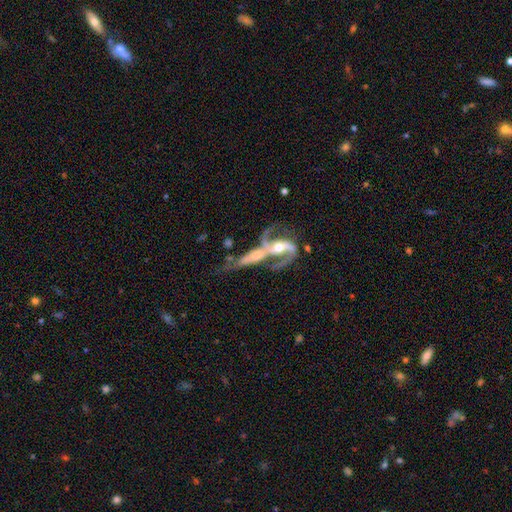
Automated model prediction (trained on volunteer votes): This is likely a featured or disk galaxy (79%). It is clearly not viewed edge-on (84%). Bar: marginally no (43%). Spiral arm pattern: clearly yes (86%). Spiral arm count: likely 2 (75%). Spiral winding: possibly loose (51%). Central bulge: possibly moderate (60%). Merging: likely merger (67%).